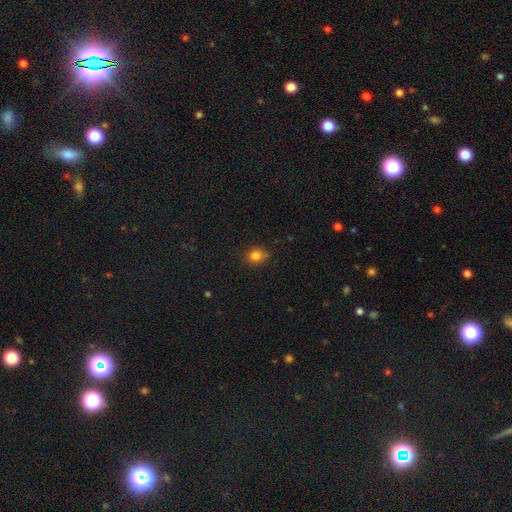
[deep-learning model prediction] Smooth or featured? Predicted: smooth (p=0.83). How rounded? Predicted: round (p=0.72). Merging? Predicted: none (p=0.82).